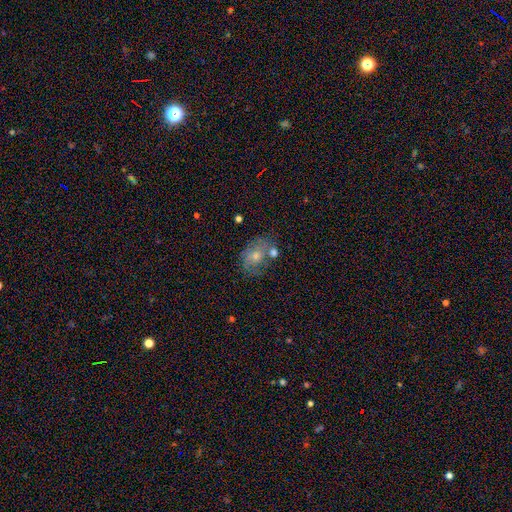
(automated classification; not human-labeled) smooth_or_featured: featured or disk (p=0.43) [alt: smooth p=0.38]
merging: none (p=0.61) [alt: minor disturbance p=0.20]